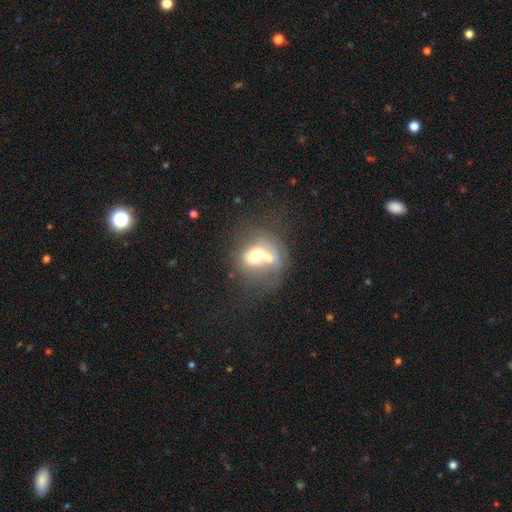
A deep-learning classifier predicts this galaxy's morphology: The model was most divided on "smooth or featured": smooth: 51%, featured or disk: 38%, star or artifact: 11%. More confident: merging — merger (62%); how rounded — round (57%).